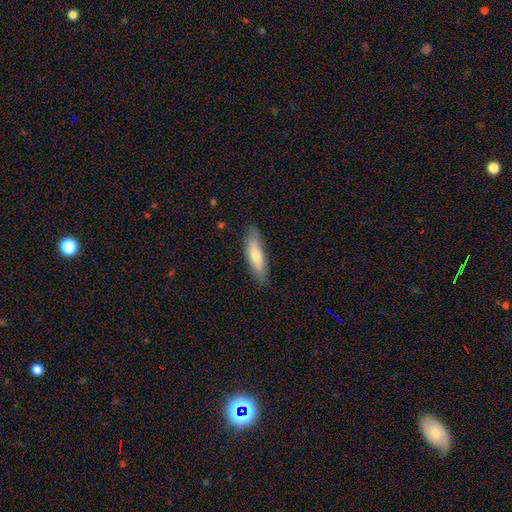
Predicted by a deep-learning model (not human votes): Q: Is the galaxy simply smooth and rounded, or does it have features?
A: smooth — 67%.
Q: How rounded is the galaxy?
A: cigar-shaped — 64%.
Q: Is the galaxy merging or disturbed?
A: none — 84%.